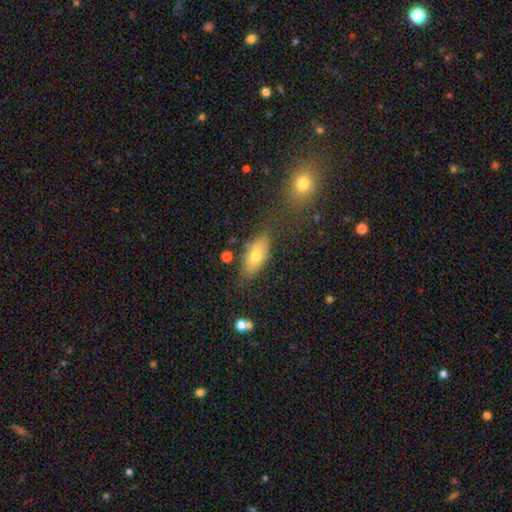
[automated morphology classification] smooth-or-featured: smooth: 66% | featured or disk: 24% | star or artifact: 10%
  how-rounded: in between: 82% | cigar-shaped: 12% | round: 6%
  merging: none: 69% | minor disturbance: 18% | merger: 7% | major disturbance: 6%